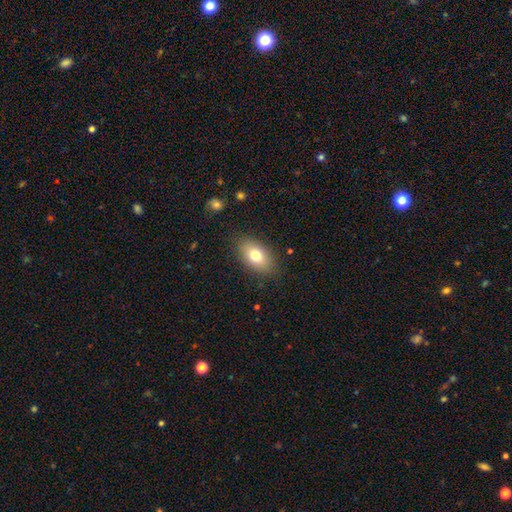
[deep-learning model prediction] The model was most divided on "smooth or featured": smooth: 76%, featured or disk: 15%, star or artifact: 9%. More confident: how rounded — in between (89%); merging — none (84%).